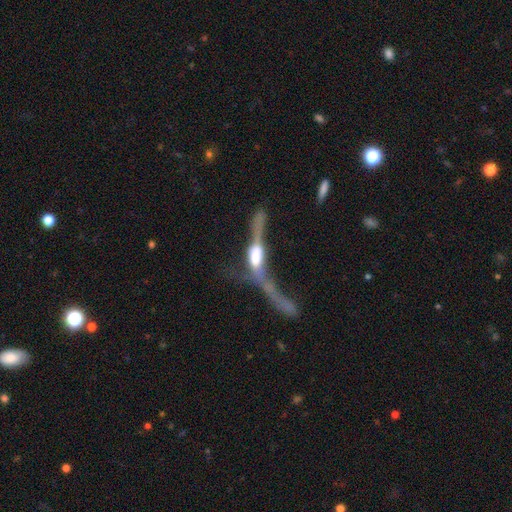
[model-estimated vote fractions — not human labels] The model was most divided on "merging": major disturbance: 40%, merger: 30%, none: 18%, minor disturbance: 12%. More confident: edge-on disk — yes (66%); smooth or featured — featured or disk (63%).